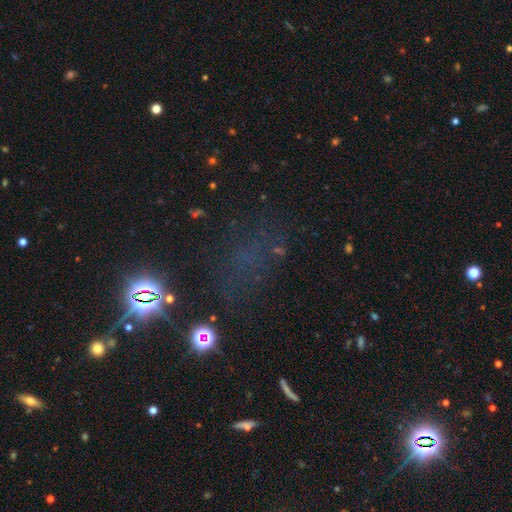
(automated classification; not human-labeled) Morphology: type=star or artifact (61%).